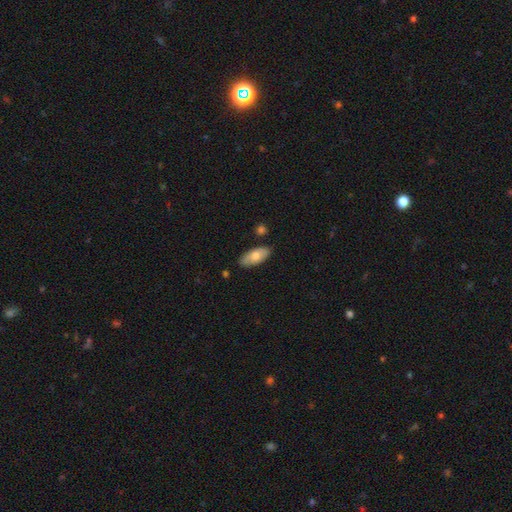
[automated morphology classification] The model was most divided on "smooth or featured": smooth: 74%, featured or disk: 20%, star or artifact: 6%. More confident: how rounded — in between (87%); merging — none (83%).